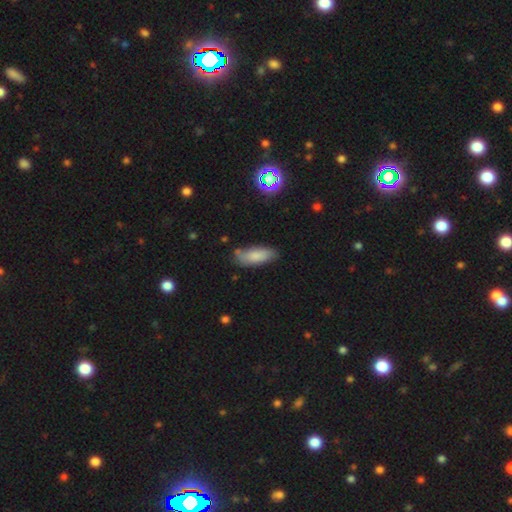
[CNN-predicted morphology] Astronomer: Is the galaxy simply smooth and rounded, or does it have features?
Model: smooth — 79%.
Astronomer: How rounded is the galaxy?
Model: in between — 73%.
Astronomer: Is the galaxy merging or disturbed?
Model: none — 71%.